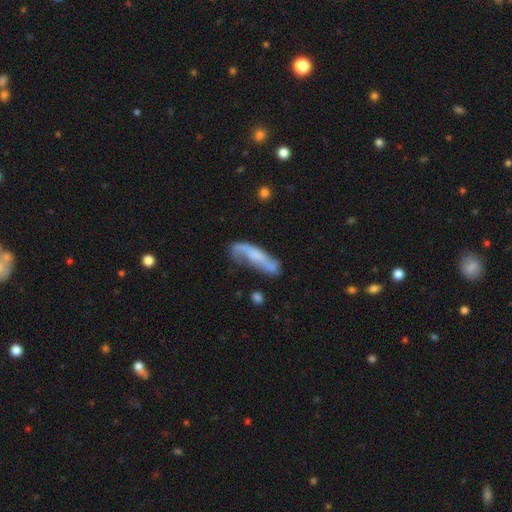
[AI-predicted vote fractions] Overall: featured or disk (56%; smooth 36%). Edge-on disk: no (74%). Merging: none (48%; minor disturbance 28%).